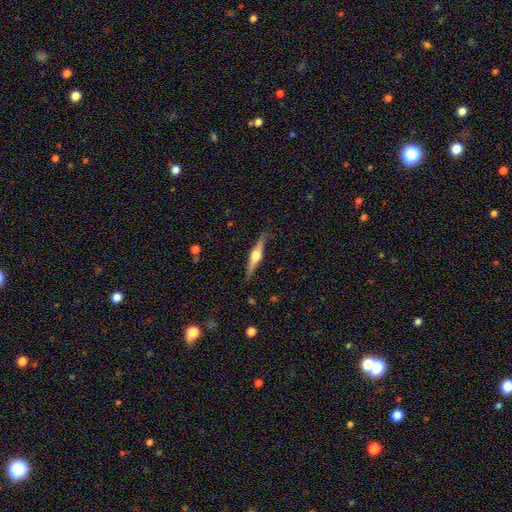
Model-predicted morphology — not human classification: type=featured or disk (72%); edge-on=yes (97%); edge-on bulge=rounded (93%); merging=none (87%).